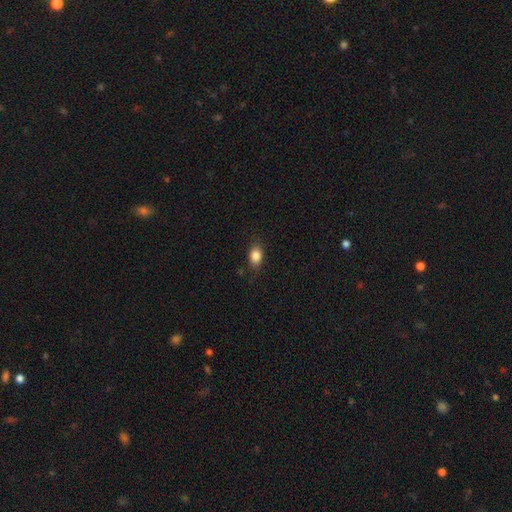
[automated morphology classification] This is clearly a smooth galaxy (85%). How rounded: likely in between (78%). Merging: likely none (80%).